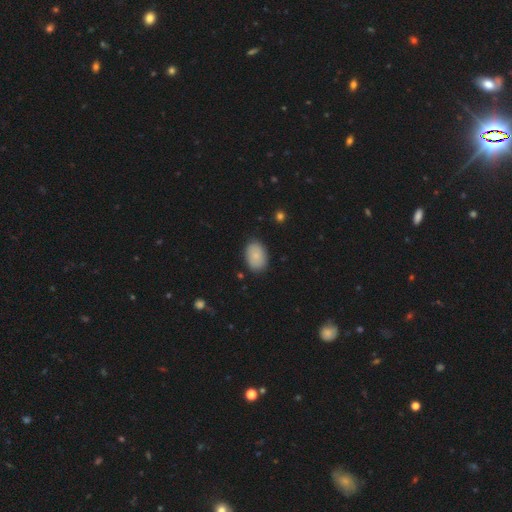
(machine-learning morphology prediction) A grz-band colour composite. It shows a smooth galaxy with no disk features (81%) that is in between round and cigar-shaped (85%). Merging: none (83%).